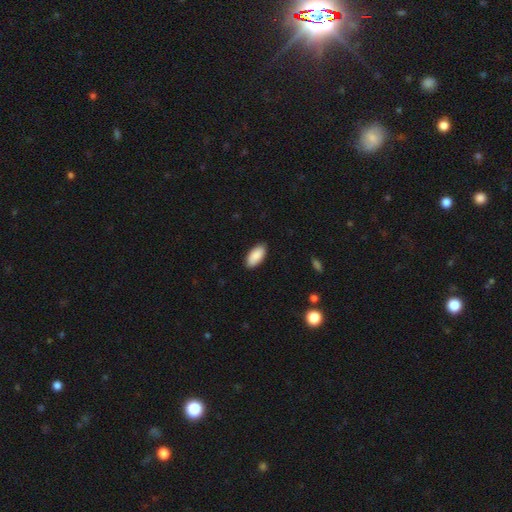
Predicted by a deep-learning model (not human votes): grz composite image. It shows a smooth galaxy with no disk features (90%) that is in between round and cigar-shaped (93%). Merging: none (88%).